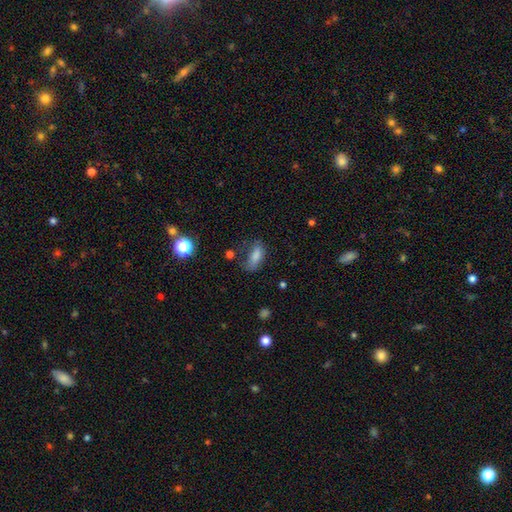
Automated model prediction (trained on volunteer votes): This appears to be a smooth galaxy with no disk features (78%) that is in between round and cigar-shaped (78%). Merging: none (48%).